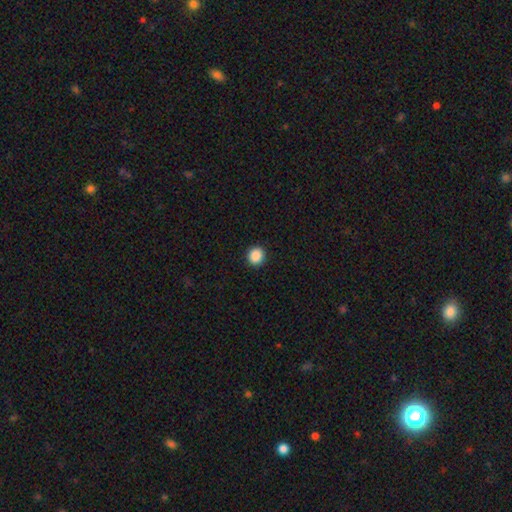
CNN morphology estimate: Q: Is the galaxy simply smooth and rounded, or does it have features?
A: smooth — 88%.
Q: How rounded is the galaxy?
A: round — 90%.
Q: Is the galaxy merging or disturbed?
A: none — 93%.